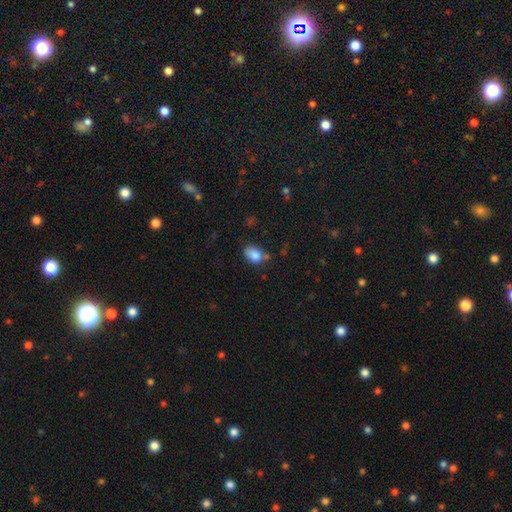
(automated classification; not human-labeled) A smooth galaxy with no disk features (83%) that is in between round and cigar-shaped (81%). Merging: none (55%).